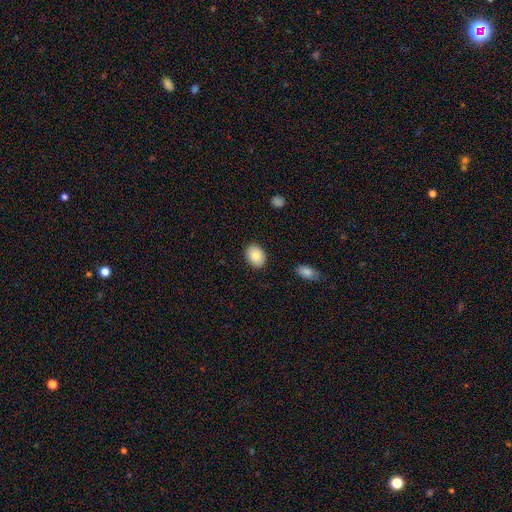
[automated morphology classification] A smooth galaxy with no disk features (86%) that is in between round and cigar-shaped (68%). Merging: none (88%).